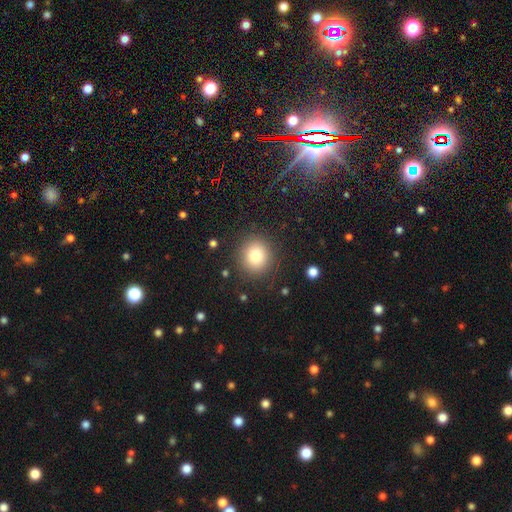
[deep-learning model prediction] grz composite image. It shows a smooth galaxy with no disk features (79%) that is round (89%). Merging: none (88%).